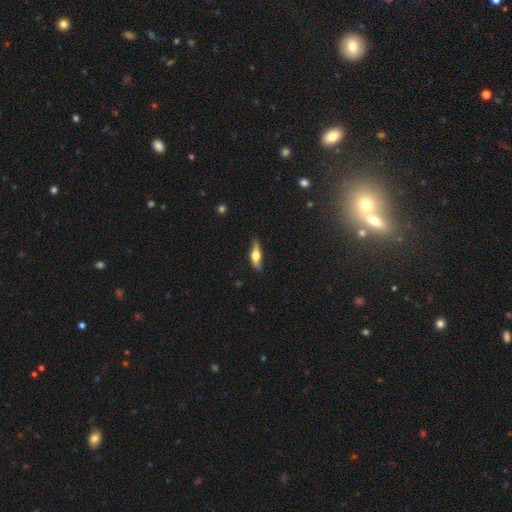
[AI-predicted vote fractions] Smooth or featured? featured or disk (58%)
Edge-on disk? yes (87%)
Edge-on bulge? rounded (94%)
Merging? none (74%)